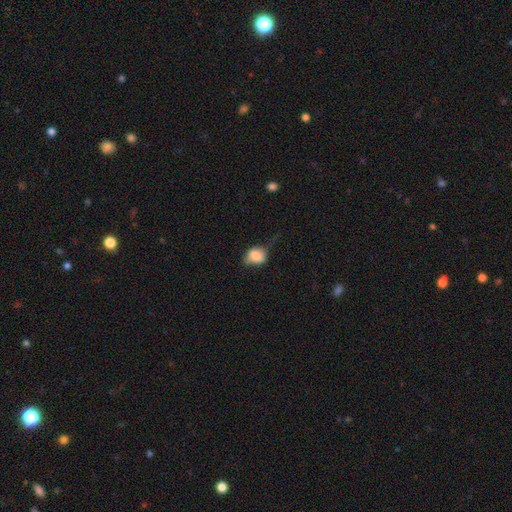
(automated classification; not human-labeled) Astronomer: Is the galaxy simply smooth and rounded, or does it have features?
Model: smooth — 69%.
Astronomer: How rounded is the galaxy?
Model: in between — 54% (runner-up: round, 44%).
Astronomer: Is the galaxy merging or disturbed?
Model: none — 45% (runner-up: minor disturbance, 35%).